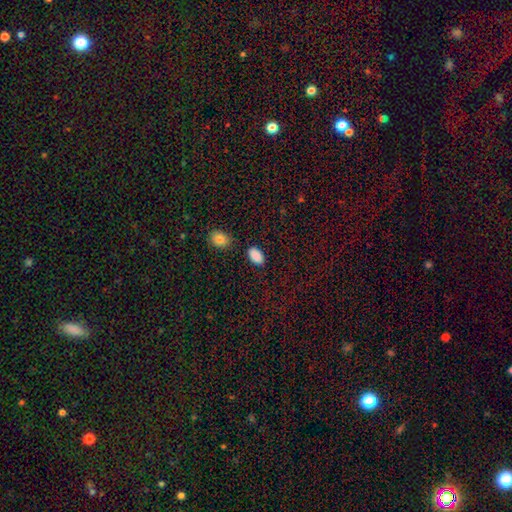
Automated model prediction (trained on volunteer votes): Q: Smooth or featured?
A: smooth (88%); runner-up: star or artifact (8%)
Q: How rounded?
A: in between (93%); runner-up: round (6%)
Q: Merging?
A: none (84%); runner-up: minor disturbance (10%)